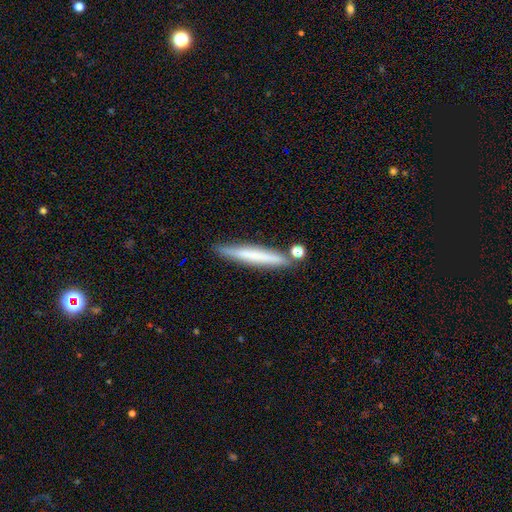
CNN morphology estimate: A smooth galaxy with no disk features (57%) that is cigar-shaped (95%). Merging: none (78%).